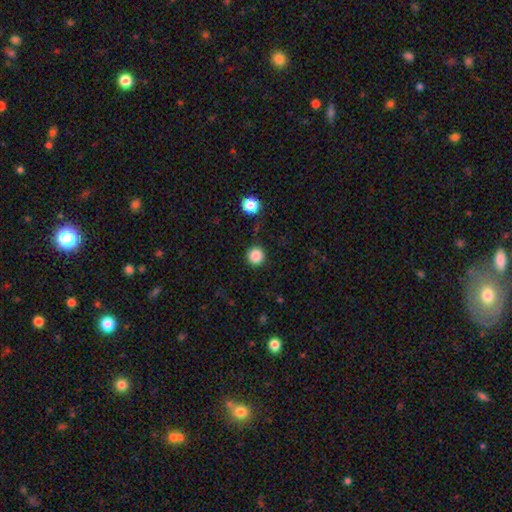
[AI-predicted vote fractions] A smooth galaxy with no disk features (86%) that is round (96%). Merging: none (87%).